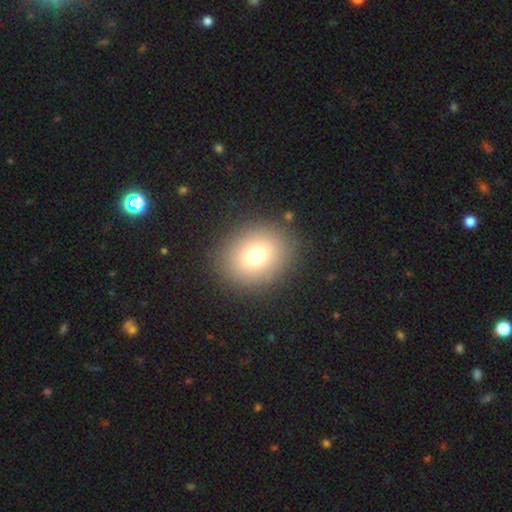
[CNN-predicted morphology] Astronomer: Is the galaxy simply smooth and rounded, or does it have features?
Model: smooth — 75%.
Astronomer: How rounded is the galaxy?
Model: round — 62%.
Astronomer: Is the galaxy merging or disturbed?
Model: none — 88%.